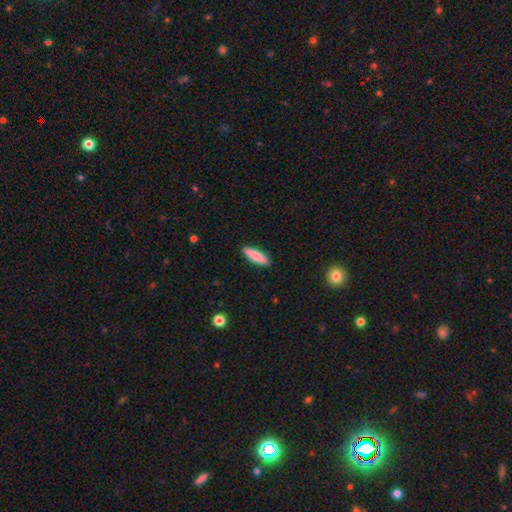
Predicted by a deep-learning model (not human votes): Smooth or featured? smooth (84%)
How rounded? cigar-shaped (66%)
Merging? none (90%)